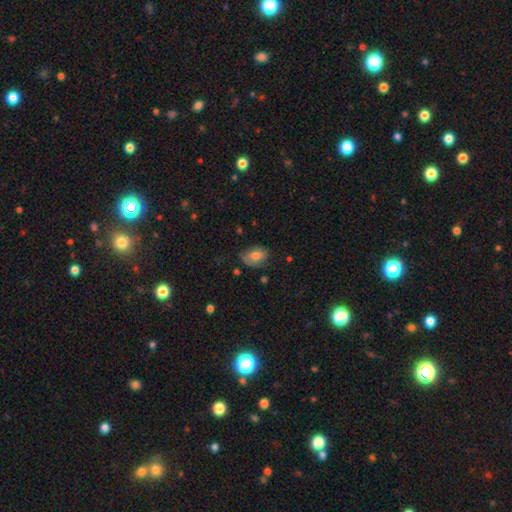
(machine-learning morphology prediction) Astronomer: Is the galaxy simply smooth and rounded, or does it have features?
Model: smooth — 74%.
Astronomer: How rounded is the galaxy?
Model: in between — 78%.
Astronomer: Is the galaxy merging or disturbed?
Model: none — 65%.